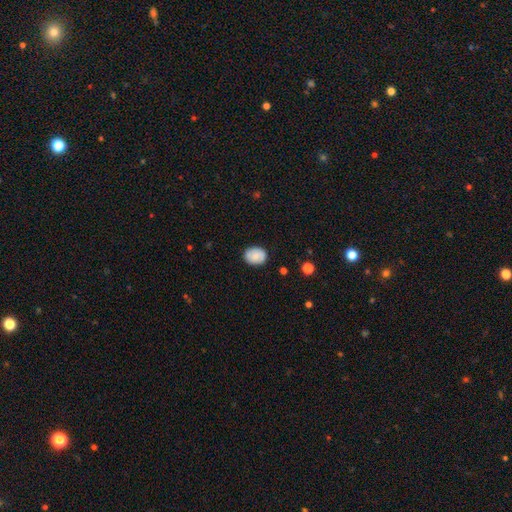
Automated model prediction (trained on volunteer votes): Smooth or featured?
  - smooth: 76% *
  - featured or disk: 17%
  - star or artifact: 8%
How rounded?
  - in between: 59% *
  - round: 40%
  - cigar-shaped: 1%
Merging?
  - none: 82% *
  - minor disturbance: 14%
  - major disturbance: 3%
  - merger: 1%